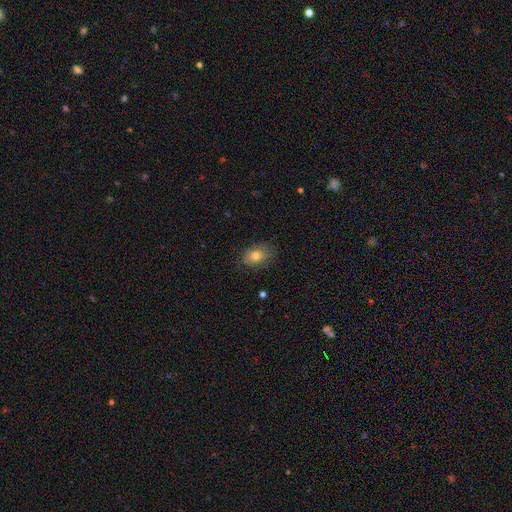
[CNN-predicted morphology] This appears to be a smooth galaxy with no disk features (77%) that is in between round and cigar-shaped (79%). Merging: none (78%).